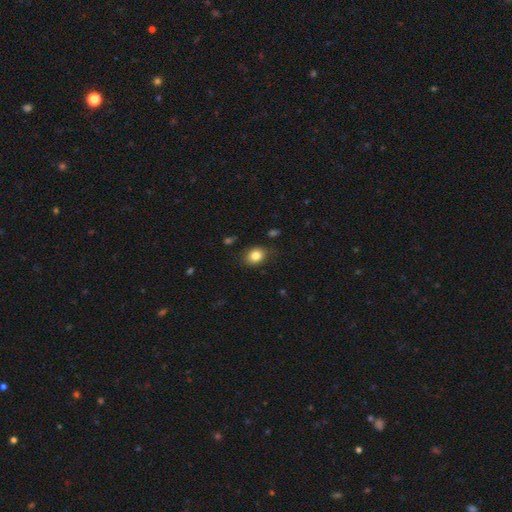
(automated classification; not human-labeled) smooth-or-featured: smooth: 83% | star or artifact: 9% | featured or disk: 8%
  how-rounded: in between: 57% | round: 42% | cigar-shaped: 1%
  merging: none: 78% | minor disturbance: 17% | major disturbance: 4% | merger: 2%